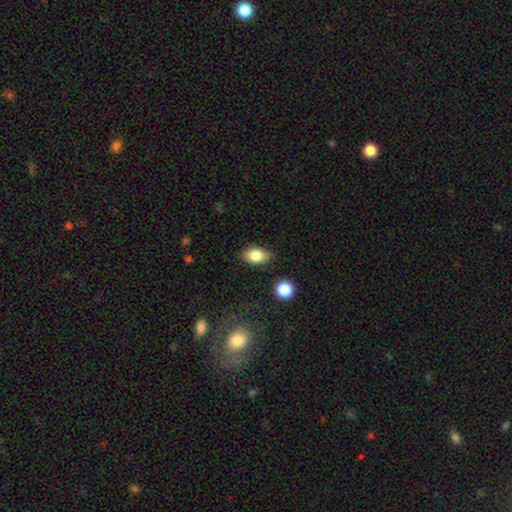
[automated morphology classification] Q: Smooth or featured?
A: smooth (84%); runner-up: star or artifact (9%)
Q: How rounded?
A: in between (86%); runner-up: round (12%)
Q: Merging?
A: none (81%); runner-up: minor disturbance (14%)